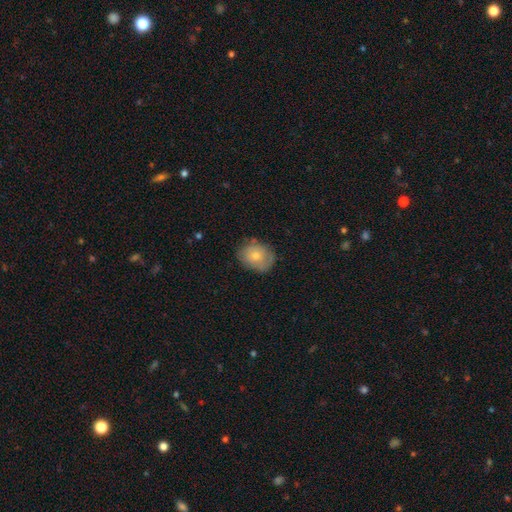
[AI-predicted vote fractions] The model was most divided on "how rounded": round: 52%, in between: 47%, cigar-shaped: 1%. More confident: smooth or featured — smooth (71%); merging — none (69%).